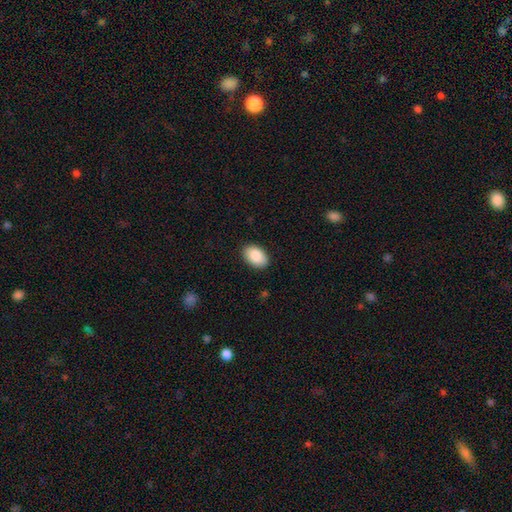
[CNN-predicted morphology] Smooth or featured: smooth — 88% (star or artifact — 6%)
How rounded: in between — 91% (round — 8%)
Merging: none — 88% (minor disturbance — 9%)